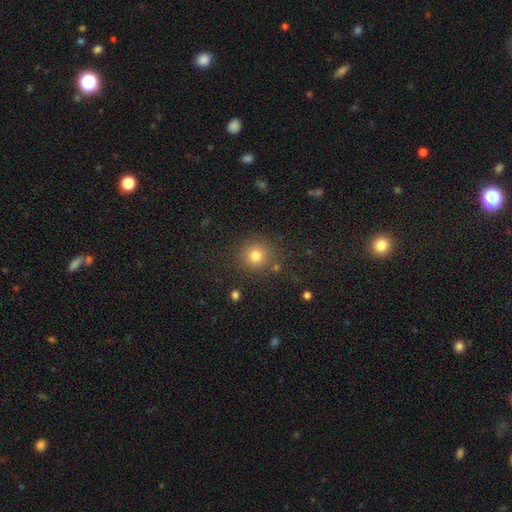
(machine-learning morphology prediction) Smooth or featured? Predicted: smooth (p=0.79). How rounded? Predicted: round (p=0.91). Merging? Predicted: none (p=0.83).